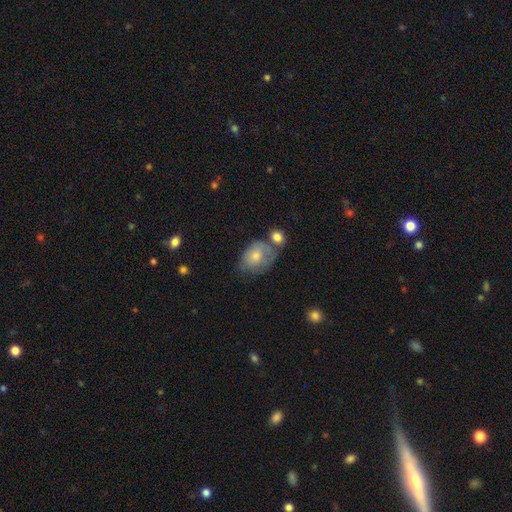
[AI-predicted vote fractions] This appears to be a smooth galaxy with no disk features (64%) that is in between round and cigar-shaped (65%). Merging: none (34%).